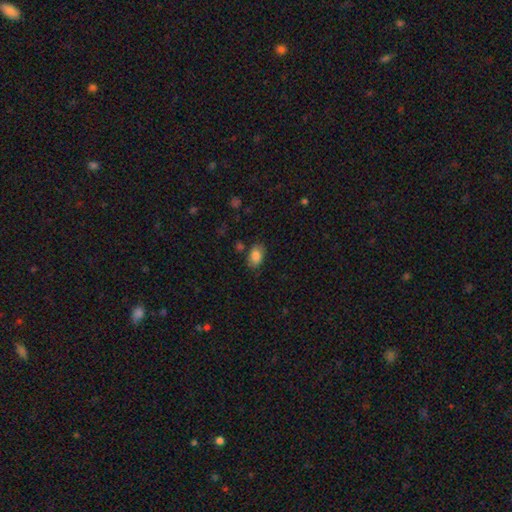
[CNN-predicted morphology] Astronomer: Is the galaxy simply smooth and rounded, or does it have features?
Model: smooth — 85%.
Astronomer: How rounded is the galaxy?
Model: in between — 88%.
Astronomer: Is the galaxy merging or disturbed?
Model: none — 78%.